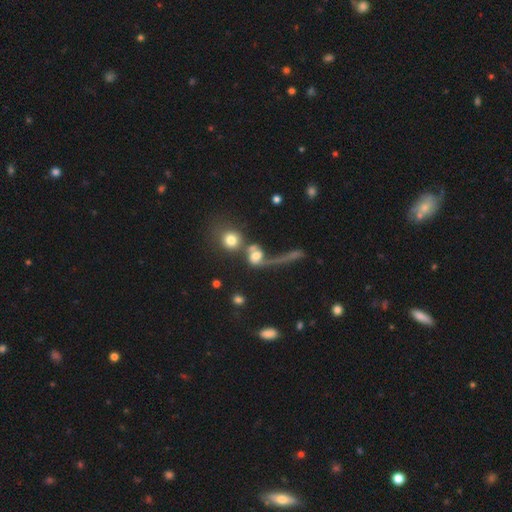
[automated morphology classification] Overall: smooth (53%; featured or disk 33%). How rounded: round (64%; in between 31%). Merging: merger (49%; major disturbance 23%).